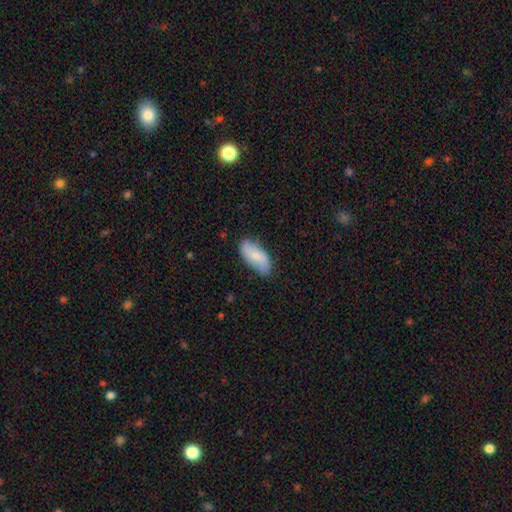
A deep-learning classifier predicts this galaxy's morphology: This is likely a smooth galaxy (64%). How rounded: clearly in between (89%). Merging: likely none (76%).